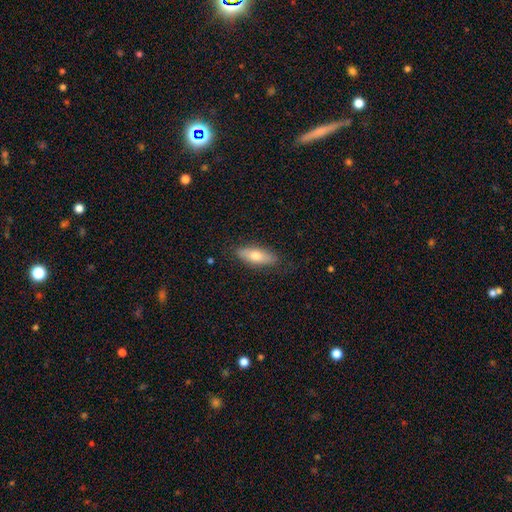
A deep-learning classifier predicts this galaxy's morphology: Q: Smooth or featured?
A: smooth (68%); runner-up: featured or disk (26%)
Q: How rounded?
A: in between (65%); runner-up: cigar-shaped (32%)
Q: Merging?
A: none (84%); runner-up: minor disturbance (13%)